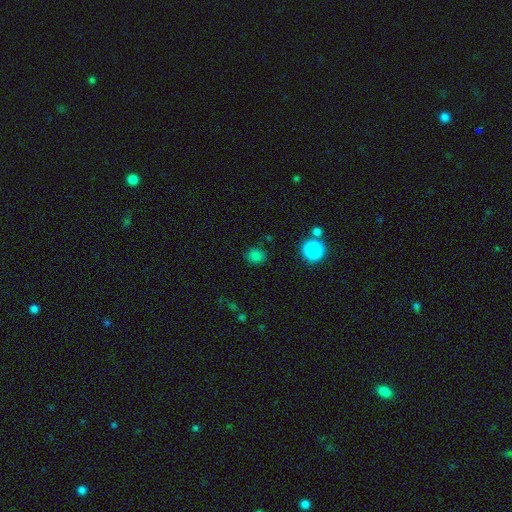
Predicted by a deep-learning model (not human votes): Smooth or featured? smooth (77%)
How rounded? round (75%)
Merging? none (84%)